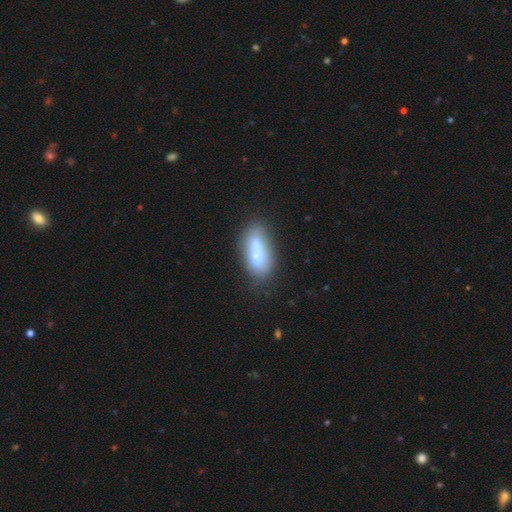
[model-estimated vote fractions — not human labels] smooth-or-featured: smooth: 60% | featured or disk: 32% | star or artifact: 8%
  how-rounded: in between: 79% | cigar-shaped: 16% | round: 5%
  merging: none: 44% | merger: 34% | minor disturbance: 16% | major disturbance: 6%